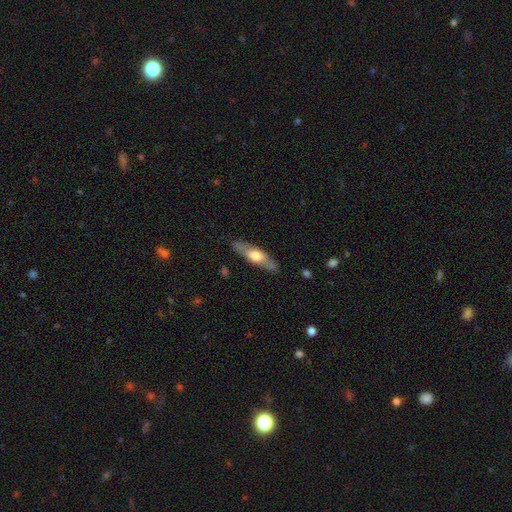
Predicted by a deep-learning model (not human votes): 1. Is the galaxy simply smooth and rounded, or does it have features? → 48% featured or disk, 46% smooth, 5% star or artifact.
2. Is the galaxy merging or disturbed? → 83% none, 12% minor disturbance, 3% major disturbance, 2% merger.